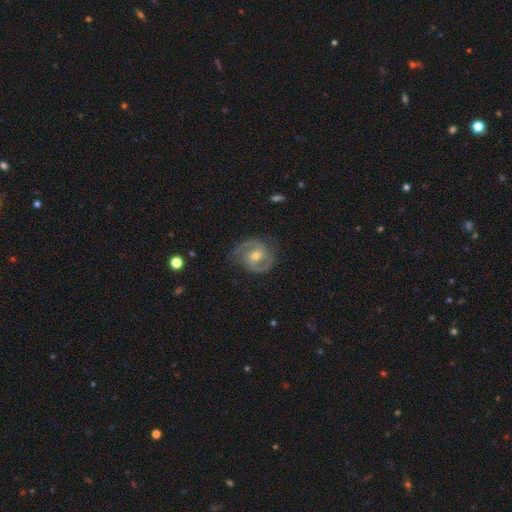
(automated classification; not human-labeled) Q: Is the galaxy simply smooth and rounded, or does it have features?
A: featured or disk — 88%.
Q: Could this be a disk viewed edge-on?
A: no — 98%.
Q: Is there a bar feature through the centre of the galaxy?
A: no — 45%.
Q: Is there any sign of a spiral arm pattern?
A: yes — 96%.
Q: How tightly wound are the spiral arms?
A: medium — 51%.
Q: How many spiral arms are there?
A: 2 — 90%.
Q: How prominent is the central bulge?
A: moderate — 60%.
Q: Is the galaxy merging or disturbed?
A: none — 78%.